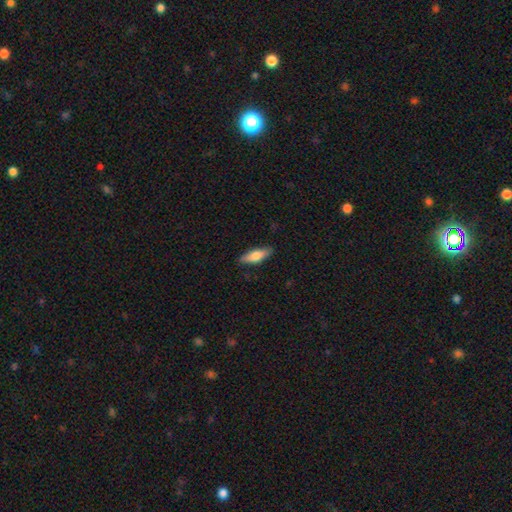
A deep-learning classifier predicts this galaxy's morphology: A smooth galaxy with no disk features (71%) that is in between round and cigar-shaped (53%).

Vote fractions:
- Smooth or featured? smooth: 71% / featured or disk: 24% / star or artifact: 6%
- How rounded? in between: 53% / cigar-shaped: 45% / round: 2%
- Merging? none: 86% / minor disturbance: 11% / major disturbance: 2% / merger: 1%